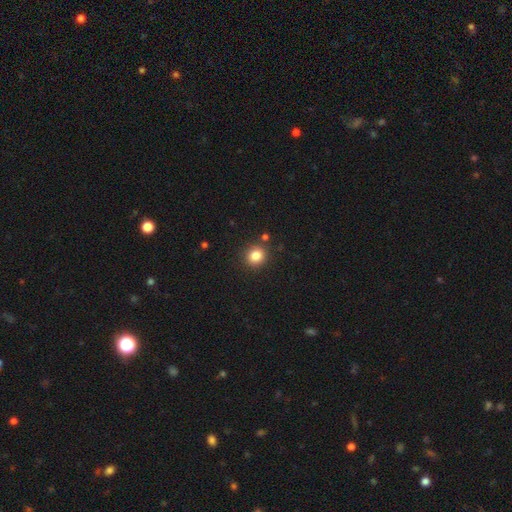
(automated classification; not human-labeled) Smooth or featured?
  - smooth: 83% *
  - star or artifact: 12%
  - featured or disk: 5%
How rounded?
  - round: 84% *
  - in between: 15%
  - cigar-shaped: 1%
Merging?
  - none: 87% *
  - minor disturbance: 7%
  - merger: 4%
  - major disturbance: 2%